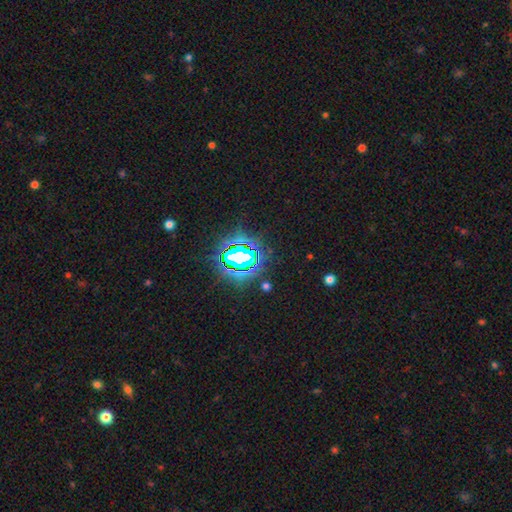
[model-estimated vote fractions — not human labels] Morphology: type=star or artifact (85%).